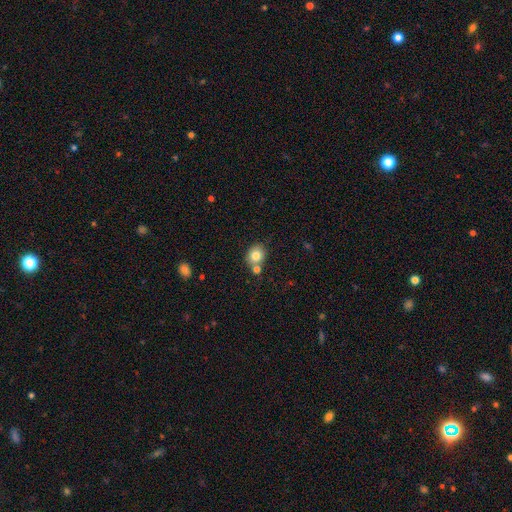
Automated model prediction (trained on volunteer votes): Smooth or featured? smooth (80%)
How rounded? round (71%)
Merging? none (61%)